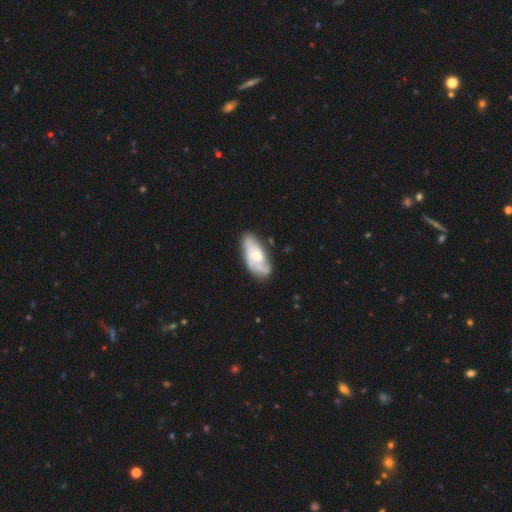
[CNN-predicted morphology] Q: Smooth or featured?
A: featured or disk (65%); runner-up: smooth (30%)
Q: Edge-on disk?
A: no (92%); runner-up: yes (8%)
Q: Bar?
A: no (69%); runner-up: weak (26%)
Q: Spiral arms?
A: yes (83%); runner-up: no (17%)
Q: Bulge size?
A: moderate (56%); runner-up: small (34%)
Q: Merging?
A: none (55%); runner-up: minor disturbance (27%)